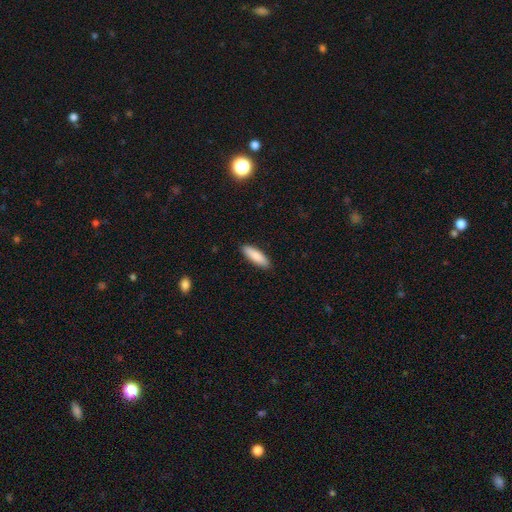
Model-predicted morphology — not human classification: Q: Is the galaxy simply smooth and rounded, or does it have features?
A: smooth — 87%.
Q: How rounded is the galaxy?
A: cigar-shaped — 51%.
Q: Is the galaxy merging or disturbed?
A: none — 90%.